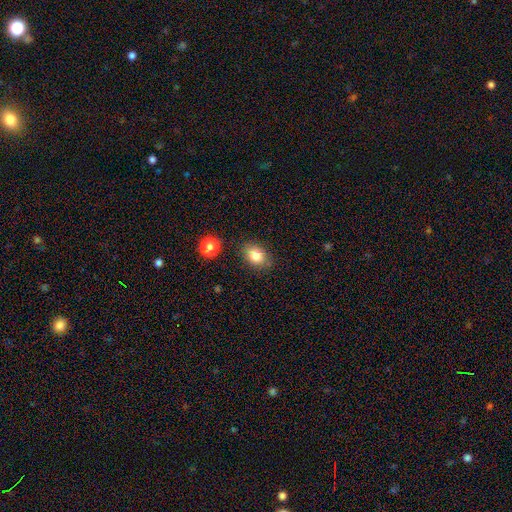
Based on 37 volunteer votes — This is clearly a smooth galaxy (95%). How rounded: likely in between (77%). Merging: clearly none (80%).